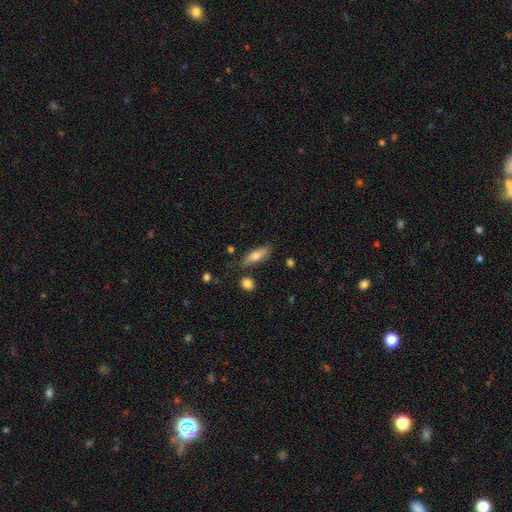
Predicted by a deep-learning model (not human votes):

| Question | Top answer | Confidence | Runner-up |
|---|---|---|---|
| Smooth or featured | smooth | 68% | featured or disk (25%) |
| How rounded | in between | 56% | cigar-shaped (41%) |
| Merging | none | 71% | minor disturbance (20%) |